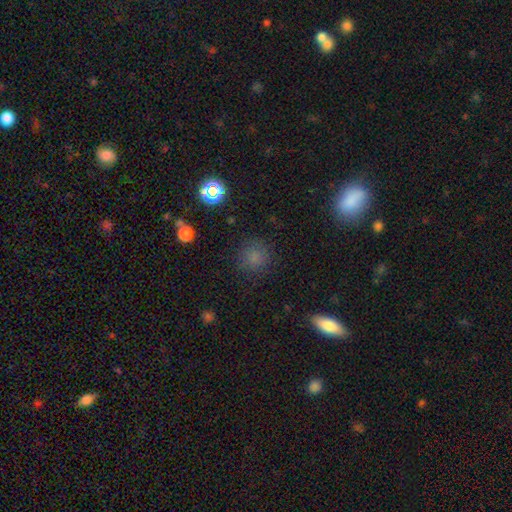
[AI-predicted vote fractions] Smooth or featured? Predicted: smooth (p=0.74). How rounded? Predicted: round (p=0.91). Merging? Predicted: none (p=0.85).